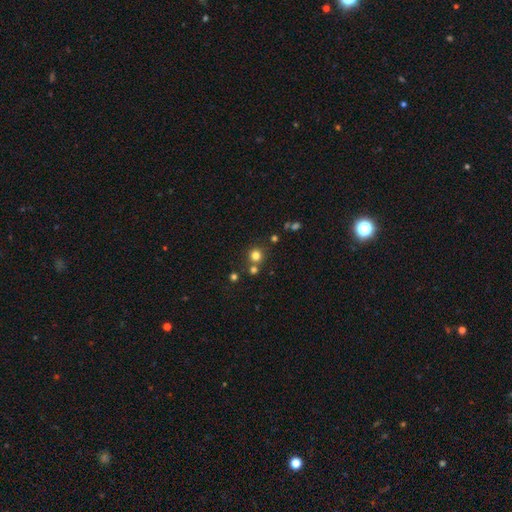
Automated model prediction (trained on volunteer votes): Smooth or featured?
  - smooth: 78% *
  - star or artifact: 16%
  - featured or disk: 6%
How rounded?
  - round: 92% *
  - in between: 7%
  - cigar-shaped: 1%
Merging?
  - none: 72% *
  - merger: 18%
  - minor disturbance: 7%
  - major disturbance: 3%